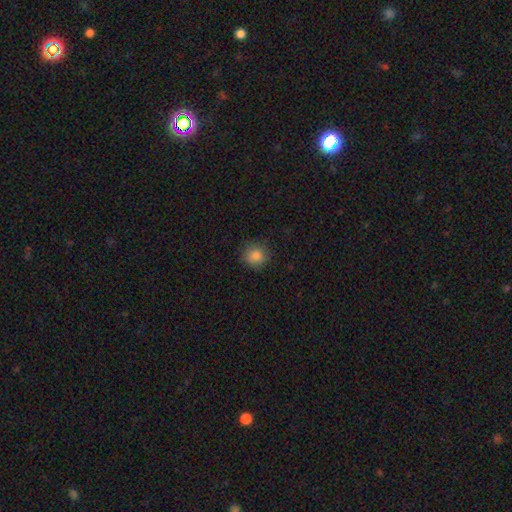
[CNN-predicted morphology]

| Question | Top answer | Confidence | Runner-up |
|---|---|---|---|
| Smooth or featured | smooth | 85% | star or artifact (11%) |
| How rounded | round | 87% | in between (12%) |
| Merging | none | 85% | minor disturbance (11%) |